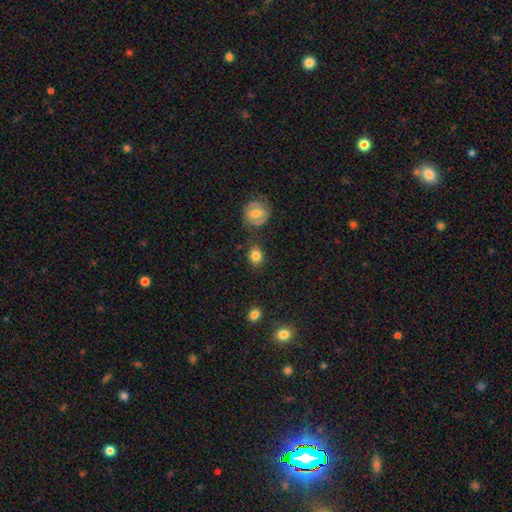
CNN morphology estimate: This appears to be a smooth galaxy with no disk features (81%) that is round (57%). Merging: none (76%).